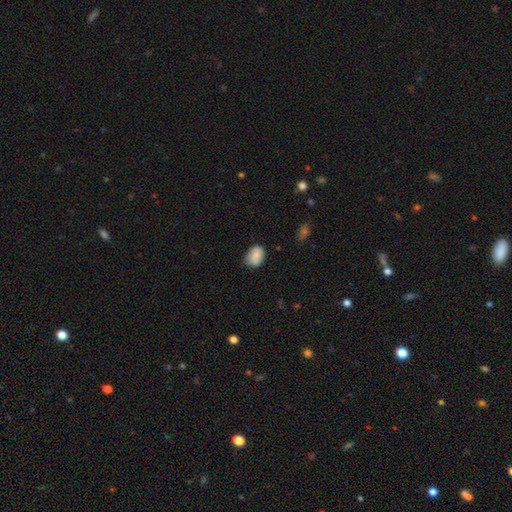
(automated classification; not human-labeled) Smooth or featured?
  - smooth: 81% *
  - featured or disk: 11%
  - star or artifact: 8%
How rounded?
  - in between: 65% *
  - round: 34%
  - cigar-shaped: 1%
Merging?
  - none: 65% *
  - minor disturbance: 28%
  - major disturbance: 5%
  - merger: 2%